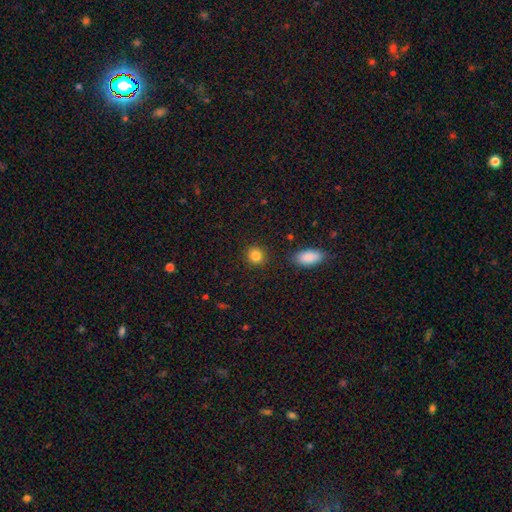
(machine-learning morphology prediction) This is clearly a smooth galaxy (86%). How rounded: likely round (77%). Merging: clearly none (89%).